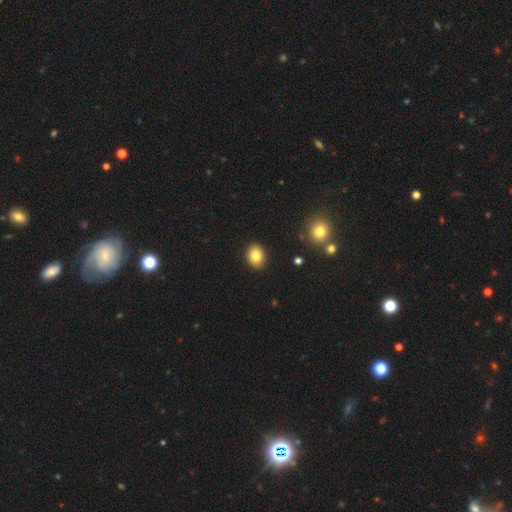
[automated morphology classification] This appears to be a smooth galaxy with no disk features (83%) that is in between round and cigar-shaped (69%). Merging: none (90%).